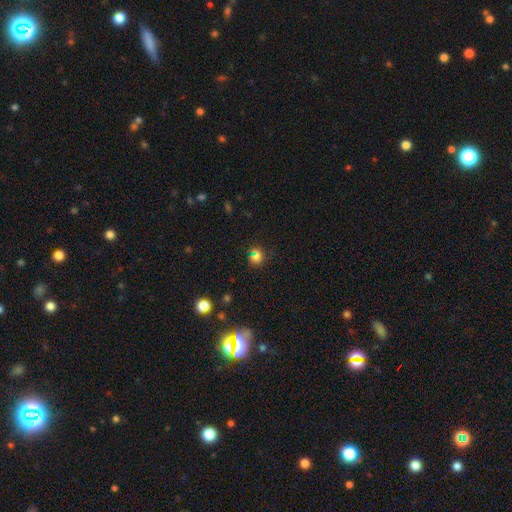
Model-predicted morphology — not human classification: Q: Smooth or featured?
A: smooth (59%); runner-up: star or artifact (33%)
Q: How rounded?
A: round (82%); runner-up: in between (16%)
Q: Merging?
A: none (75%); runner-up: minor disturbance (13%)